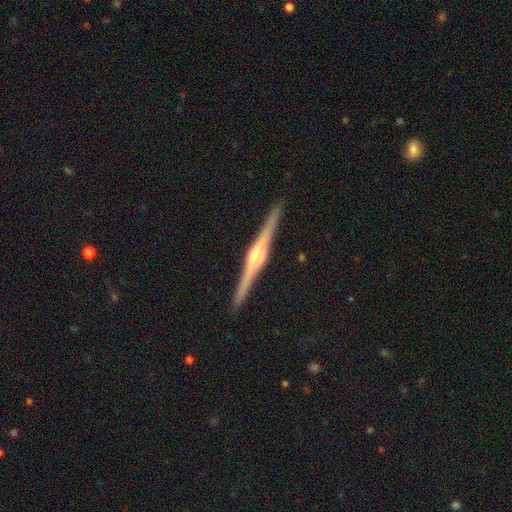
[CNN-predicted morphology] Smooth or featured: featured or disk — 86% (smooth — 9%)
Edge-on disk: yes — 99% (no — 1%)
Edge-on bulge: rounded — 64% (boxy — 28%)
Merging: none — 92% (minor disturbance — 6%)